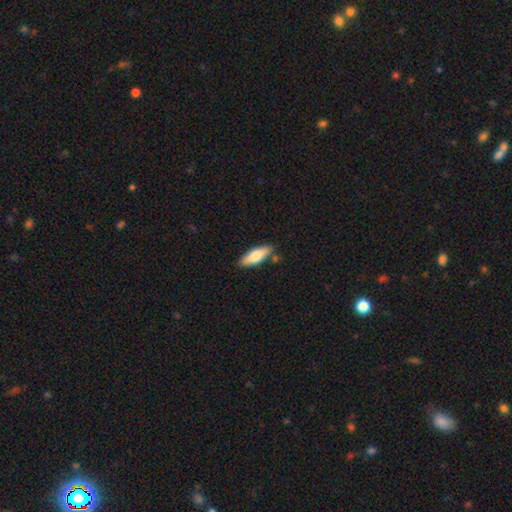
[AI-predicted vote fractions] Smooth or featured?
  - smooth: 70% *
  - featured or disk: 25%
  - star or artifact: 6%
How rounded?
  - in between: 62% *
  - cigar-shaped: 36%
  - round: 2%
Merging?
  - none: 82% *
  - minor disturbance: 12%
  - merger: 4%
  - major disturbance: 2%